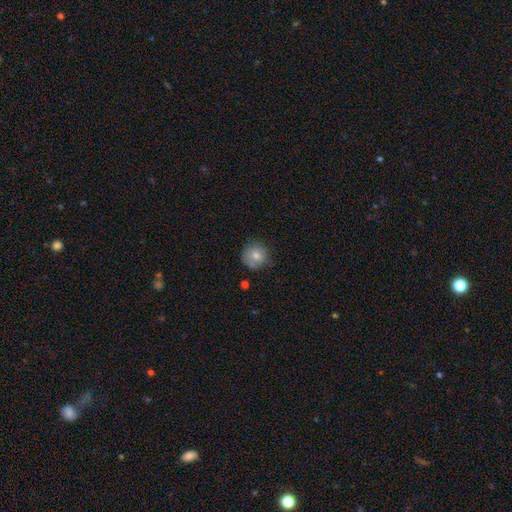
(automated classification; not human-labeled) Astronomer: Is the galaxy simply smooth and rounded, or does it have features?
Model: smooth — 78%.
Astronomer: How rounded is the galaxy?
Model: round — 91%.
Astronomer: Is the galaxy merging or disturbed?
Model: none — 71%.